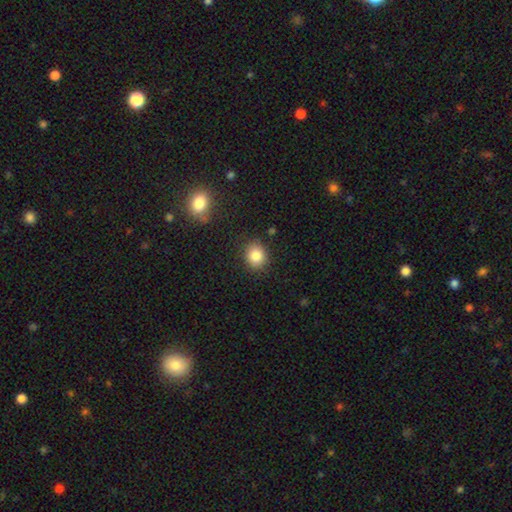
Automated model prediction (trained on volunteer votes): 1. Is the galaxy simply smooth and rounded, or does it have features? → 84% smooth, 10% star or artifact, 6% featured or disk.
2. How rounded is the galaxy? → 72% round, 27% in between, 1% cigar-shaped.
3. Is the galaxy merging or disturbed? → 86% none, 10% minor disturbance, 3% major disturbance, 2% merger.